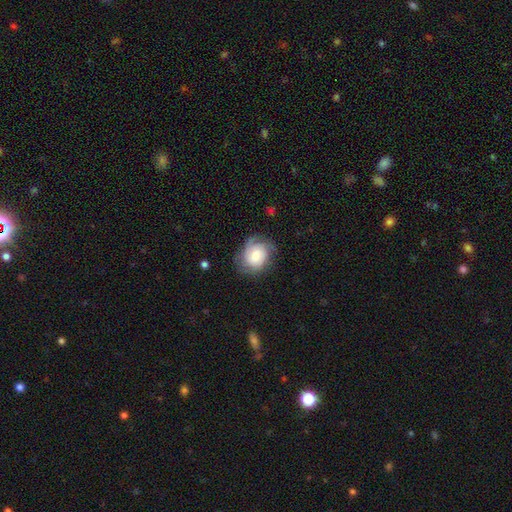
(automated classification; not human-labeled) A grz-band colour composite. It shows a featured or disk galaxy (53%) with no bar (73%), spiral arms (89%) and a large central bulge (36%). Merging: none (65%).